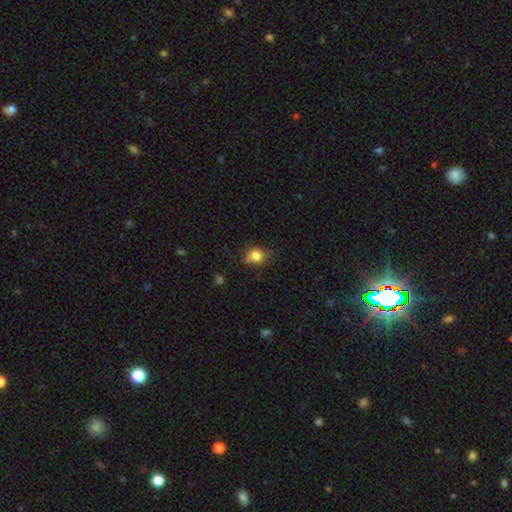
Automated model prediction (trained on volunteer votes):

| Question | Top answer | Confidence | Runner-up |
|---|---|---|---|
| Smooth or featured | smooth | 82% | star or artifact (10%) |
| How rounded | round | 63% | in between (36%) |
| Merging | none | 68% | minor disturbance (25%) |